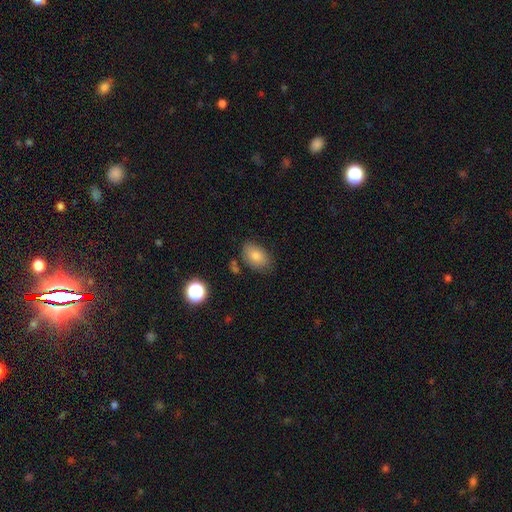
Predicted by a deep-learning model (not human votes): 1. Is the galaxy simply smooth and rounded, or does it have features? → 79% smooth, 11% featured or disk, 10% star or artifact.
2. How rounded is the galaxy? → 87% in between, 12% round, 1% cigar-shaped.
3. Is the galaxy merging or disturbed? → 77% none, 16% minor disturbance, 4% merger, 3% major disturbance.